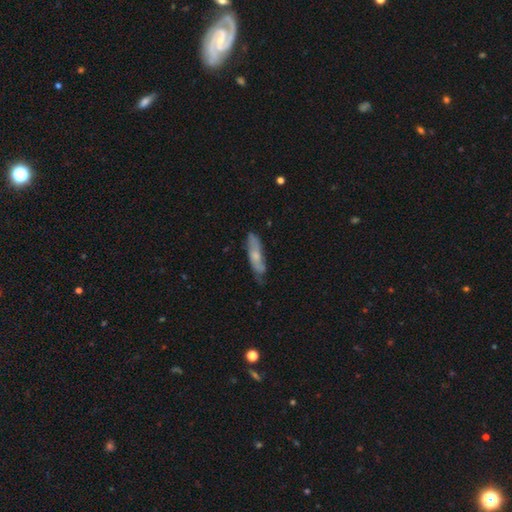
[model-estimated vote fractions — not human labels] Smooth or featured? smooth (52%)
How rounded? cigar-shaped (70%)
Merging? none (70%)